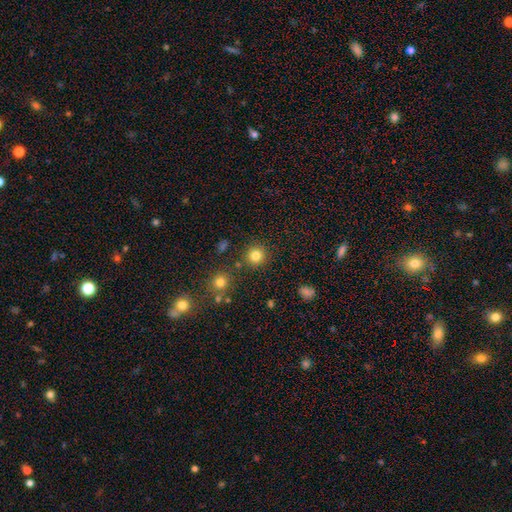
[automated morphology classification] The model was most divided on "smooth or featured": smooth: 82%, star or artifact: 13%, featured or disk: 6%. More confident: how rounded — round (93%); merging — none (87%).